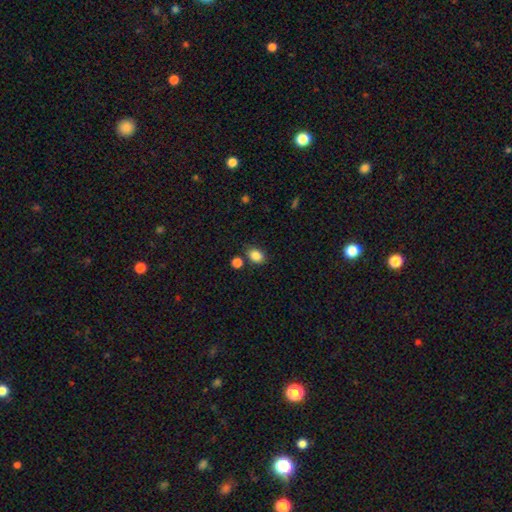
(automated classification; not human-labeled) Smooth or featured? Predicted: smooth (p=0.86). How rounded? Predicted: in between (p=0.69). Merging? Predicted: none (p=0.76).